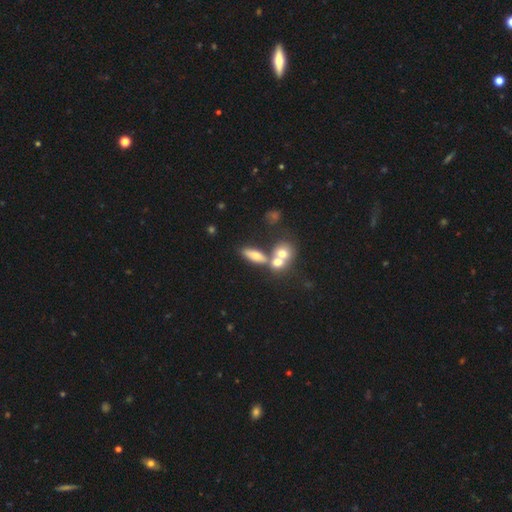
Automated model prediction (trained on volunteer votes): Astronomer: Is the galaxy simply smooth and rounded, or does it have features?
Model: smooth — 62%.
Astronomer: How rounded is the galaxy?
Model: in between — 59%.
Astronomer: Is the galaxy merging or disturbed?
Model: none — 45% (runner-up: merger, 40%).